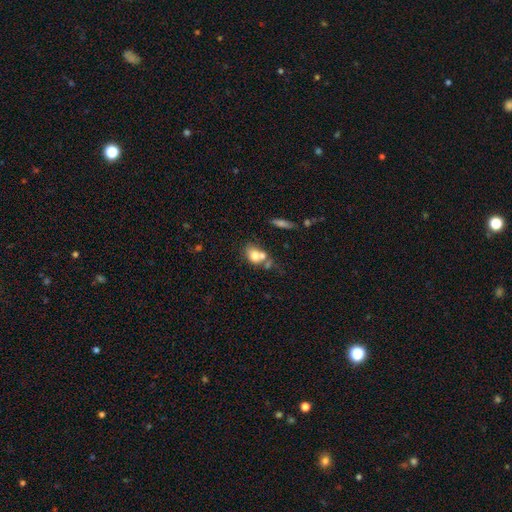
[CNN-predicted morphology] A smooth galaxy with no disk features (70%) that is in between round and cigar-shaped (62%). Merging: merger (51%).